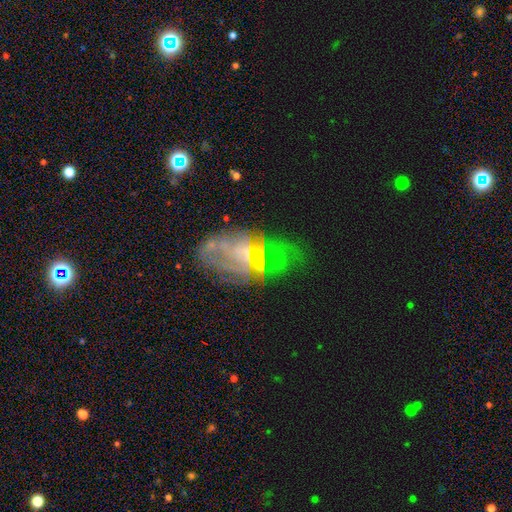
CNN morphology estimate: Overall: featured or disk (56%; star or artifact 23%). Edge-on disk: no (96%). Bar: no (78%). Spiral arms: no (61%; yes 39%). Bulge size: none (47%; small 33%). Merging: none (40%; major disturbance 30%).